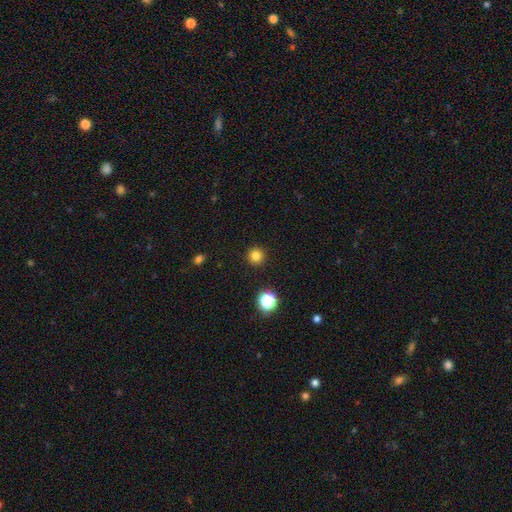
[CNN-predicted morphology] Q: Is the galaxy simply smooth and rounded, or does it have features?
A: smooth — 80%.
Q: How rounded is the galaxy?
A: round — 96%.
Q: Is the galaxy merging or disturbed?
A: none — 92%.